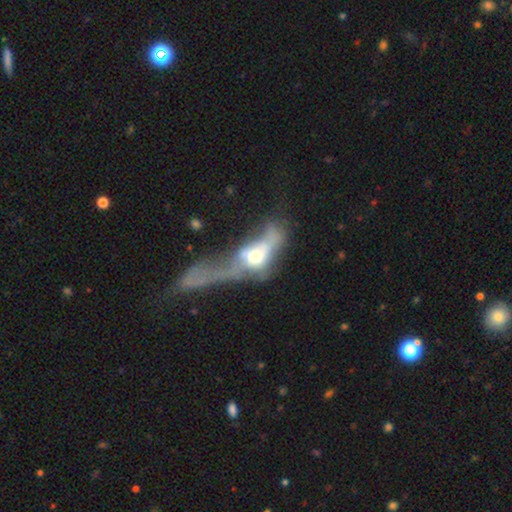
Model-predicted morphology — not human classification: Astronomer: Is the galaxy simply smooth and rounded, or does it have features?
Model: featured or disk — 48% (runner-up: smooth, 42%).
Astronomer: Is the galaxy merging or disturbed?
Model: major disturbance — 52% (runner-up: merger, 33%).